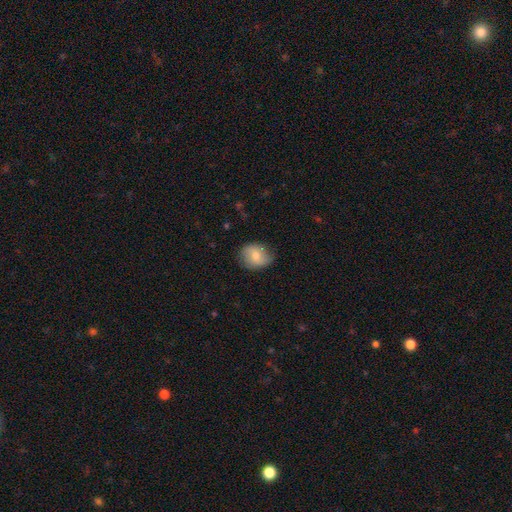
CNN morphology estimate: This appears to be a smooth galaxy with no disk features (72%) that is round (60%). Merging: none (73%).